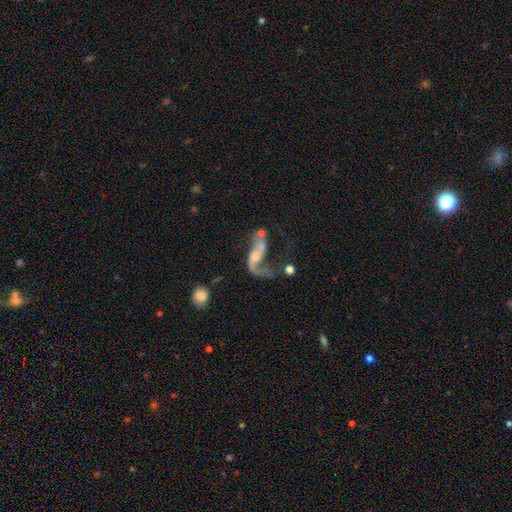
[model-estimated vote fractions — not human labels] Smooth or featured? Predicted: featured or disk (p=0.71). Edge-on disk? Predicted: no (p=0.91). Bar? Predicted: no (p=0.59). Spiral arms? Predicted: yes (p=0.75). Bulge size? Predicted: moderate (p=0.45). Merging? Predicted: major disturbance (p=0.37).